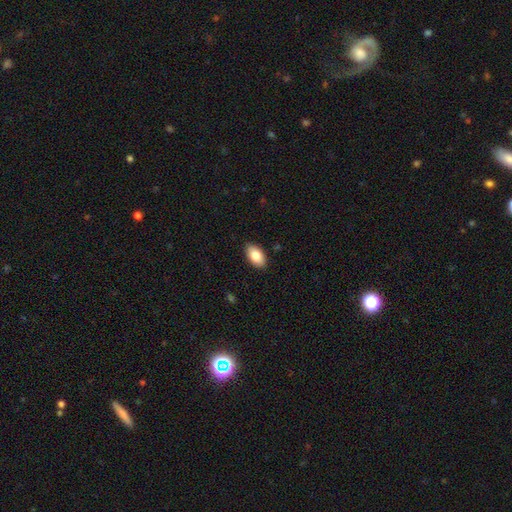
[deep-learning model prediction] smooth_or_featured: smooth (p=0.85) [alt: featured or disk p=0.09]
how_rounded: in between (p=0.94) [alt: round p=0.04]
merging: none (p=0.88) [alt: minor disturbance p=0.09]